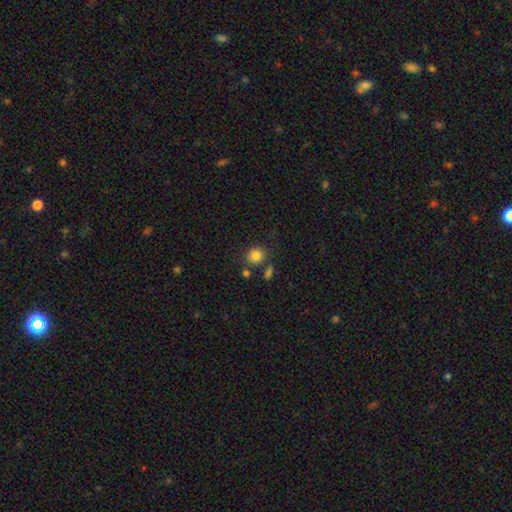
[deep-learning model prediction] Q: Smooth or featured?
A: smooth (83%); runner-up: star or artifact (11%)
Q: How rounded?
A: round (79%); runner-up: in between (20%)
Q: Merging?
A: none (75%); runner-up: minor disturbance (12%)